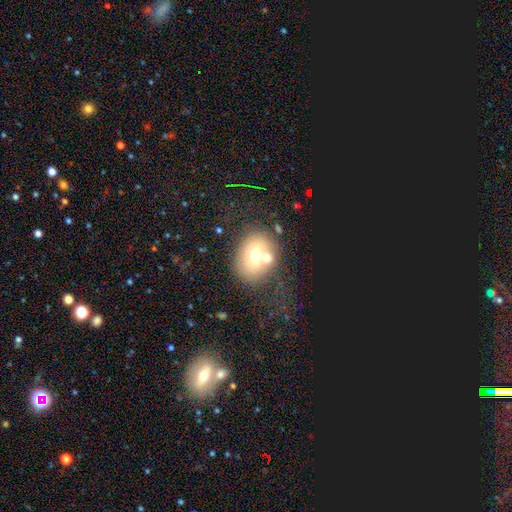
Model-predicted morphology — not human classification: smooth_or_featured: smooth (p=0.62) [alt: featured or disk p=0.26]
how_rounded: round (p=0.50) [alt: in between p=0.49]
merging: none (p=0.54) [alt: merger p=0.23]